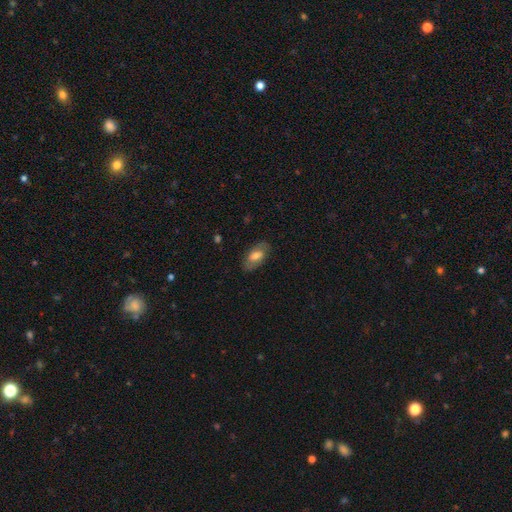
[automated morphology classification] smooth_or_featured: smooth (p=0.61) [alt: featured or disk p=0.32]
how_rounded: in between (p=0.91) [alt: round p=0.05]
merging: none (p=0.78) [alt: minor disturbance p=0.16]